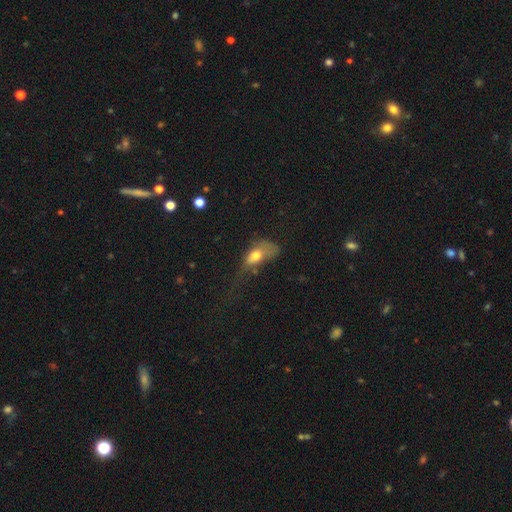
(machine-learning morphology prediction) Q: Smooth or featured?
A: smooth (68%); runner-up: featured or disk (22%)
Q: How rounded?
A: in between (83%); runner-up: round (10%)
Q: Merging?
A: major disturbance (54%); runner-up: minor disturbance (24%)